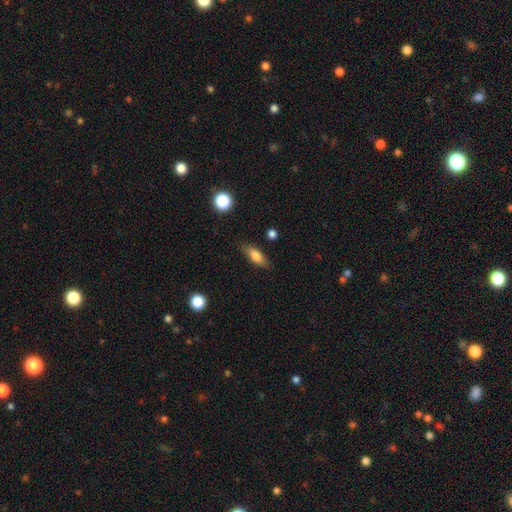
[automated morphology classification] Smooth or featured: smooth — 78% (featured or disk — 15%)
How rounded: in between — 69% (cigar-shaped — 27%)
Merging: none — 82% (minor disturbance — 13%)